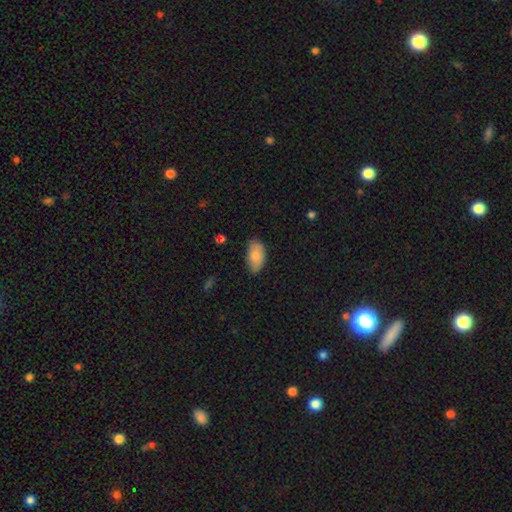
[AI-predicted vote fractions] The model was most divided on "merging": none: 74%, minor disturbance: 21%, major disturbance: 3%, merger: 1%. More confident: how rounded — in between (94%); smooth or featured — smooth (81%).